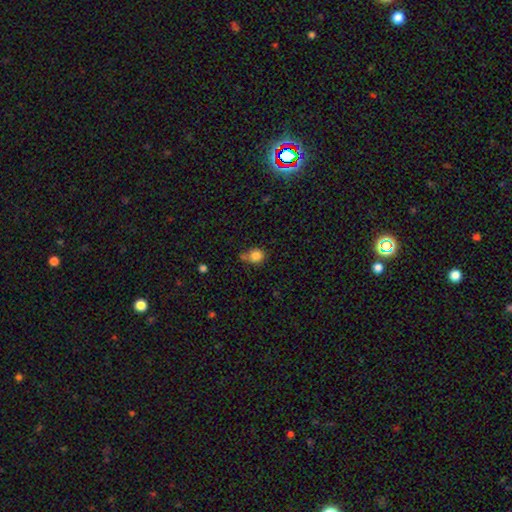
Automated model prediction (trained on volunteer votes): Morphology: type=smooth (83%); roundness=round (83%); merging=none (57%).